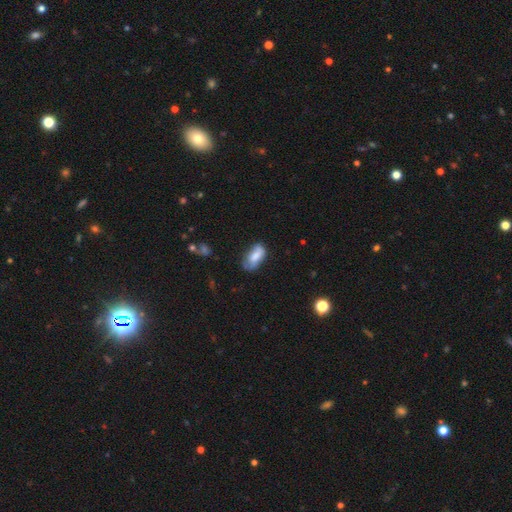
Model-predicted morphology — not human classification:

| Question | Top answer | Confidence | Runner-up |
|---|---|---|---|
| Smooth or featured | smooth | 73% | featured or disk (20%) |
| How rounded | in between | 92% | cigar-shaped (5%) |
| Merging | none | 51% | minor disturbance (34%) |